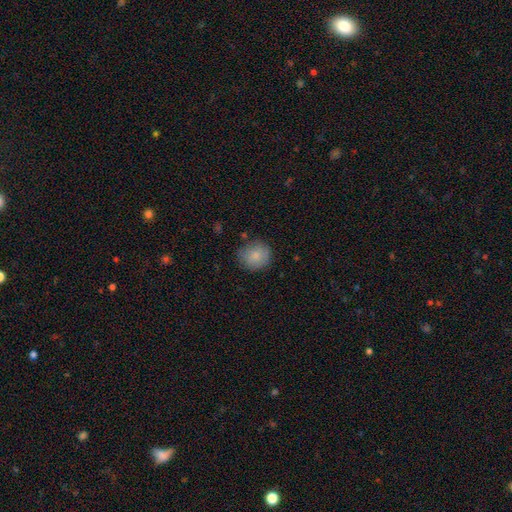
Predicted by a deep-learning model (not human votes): Q: Smooth or featured?
A: smooth (84%); runner-up: featured or disk (8%)
Q: How rounded?
A: round (86%); runner-up: in between (14%)
Q: Merging?
A: none (80%); runner-up: minor disturbance (15%)